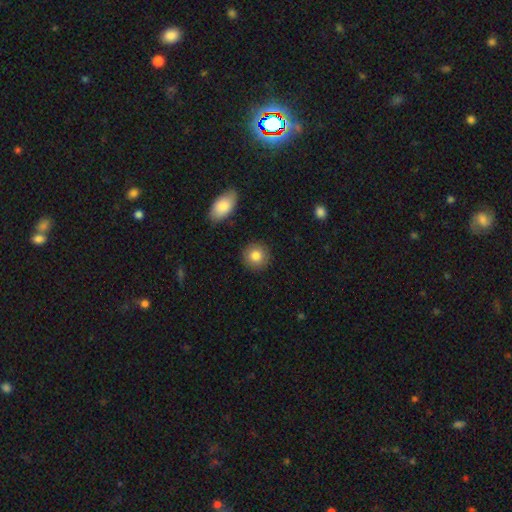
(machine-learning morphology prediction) The model was most divided on "smooth or featured": smooth: 84%, featured or disk: 8%, star or artifact: 8%. More confident: how rounded — round (90%); merging — none (90%).